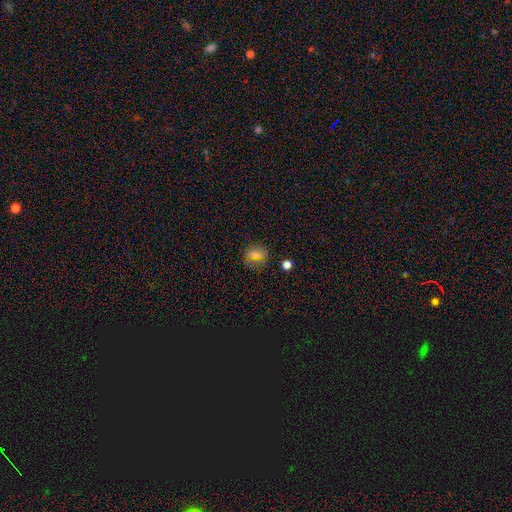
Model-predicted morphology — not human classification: Overall: smooth (62%). How rounded: round (70%). Merging: none (84%).